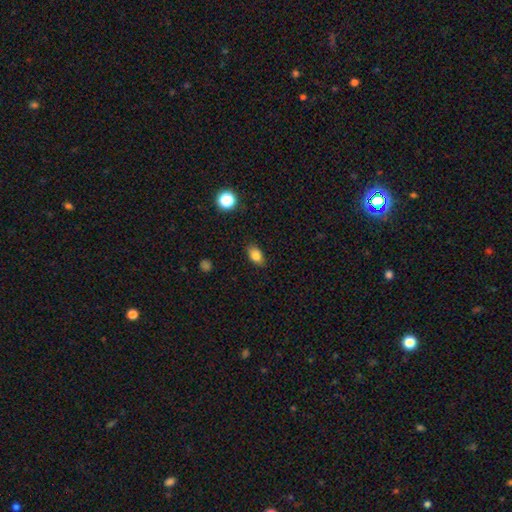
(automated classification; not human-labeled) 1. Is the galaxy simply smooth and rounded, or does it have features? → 83% smooth, 10% star or artifact, 7% featured or disk.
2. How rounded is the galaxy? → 85% in between, 12% round, 3% cigar-shaped.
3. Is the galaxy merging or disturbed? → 85% none, 11% minor disturbance, 3% major disturbance, 1% merger.